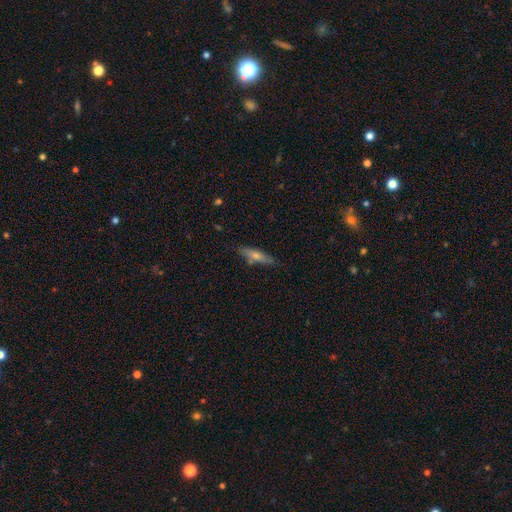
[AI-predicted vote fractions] Q: Smooth or featured?
A: smooth (47%); runner-up: featured or disk (46%)
Q: Merging?
A: none (81%); runner-up: minor disturbance (13%)